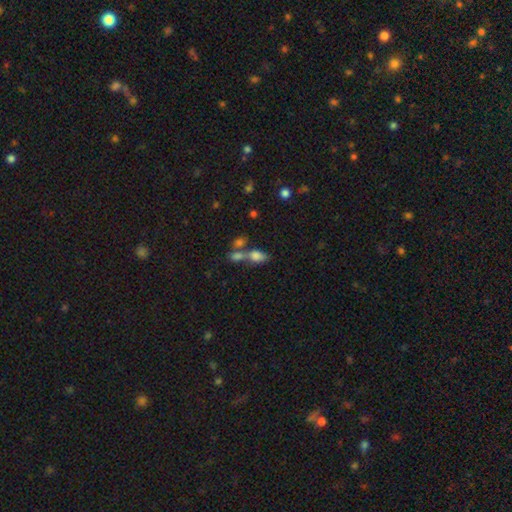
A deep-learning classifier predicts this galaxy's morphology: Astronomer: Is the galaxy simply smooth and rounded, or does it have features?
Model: smooth — 73%.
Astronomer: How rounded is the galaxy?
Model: in between — 83%.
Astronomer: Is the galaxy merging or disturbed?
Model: merger — 50% (runner-up: none, 33%).